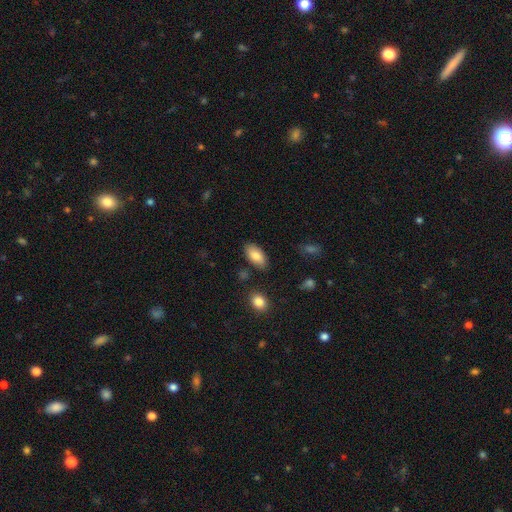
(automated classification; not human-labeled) smooth_or_featured: smooth (p=0.83) [alt: featured or disk p=0.10]
how_rounded: in between (p=0.94) [alt: cigar-shaped p=0.04]
merging: none (p=0.82) [alt: minor disturbance p=0.12]